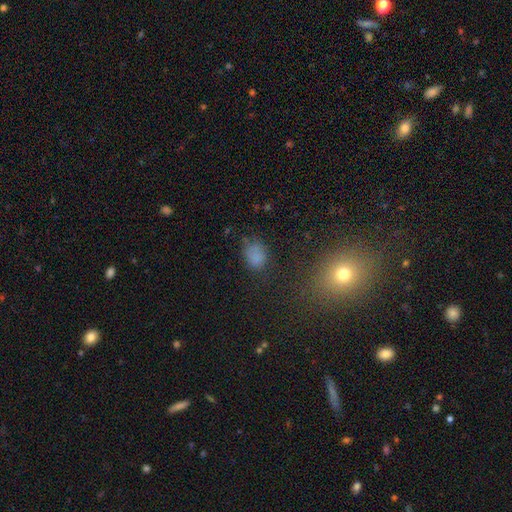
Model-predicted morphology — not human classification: smooth-or-featured: smooth: 75% | star or artifact: 18% | featured or disk: 7%
  how-rounded: in between: 57% | round: 41% | cigar-shaped: 2%
  merging: none: 65% | minor disturbance: 22% | major disturbance: 9% | merger: 4%